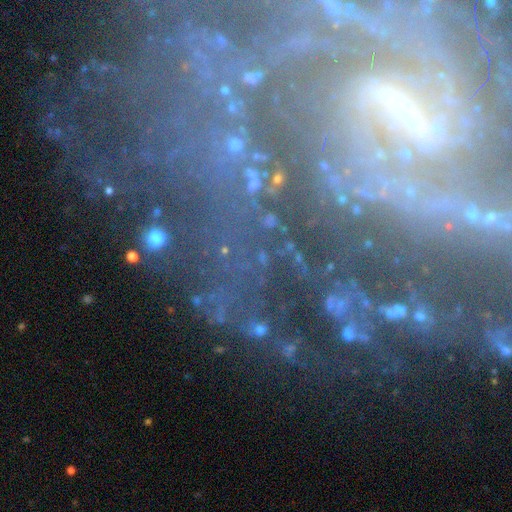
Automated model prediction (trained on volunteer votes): Smooth or featured: star or artifact — 43% (featured or disk — 41%)